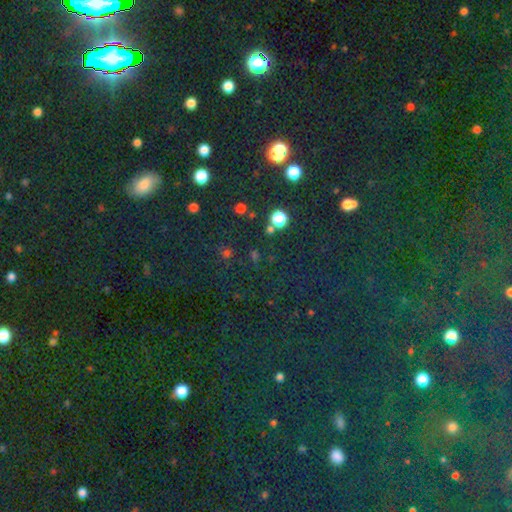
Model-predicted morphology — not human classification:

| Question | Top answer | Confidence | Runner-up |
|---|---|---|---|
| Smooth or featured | star or artifact | 61% | smooth (29%) |